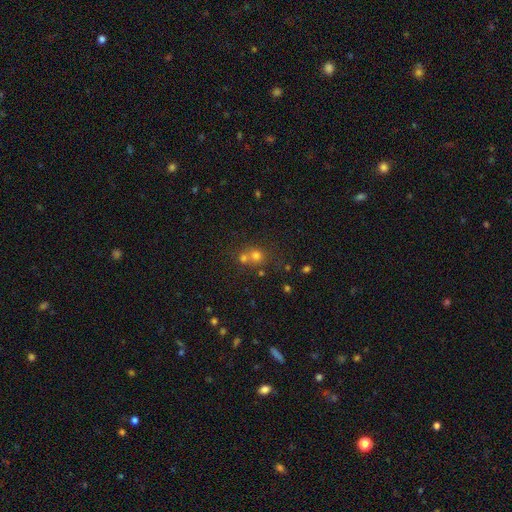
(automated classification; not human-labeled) Smooth or featured? smooth (68%)
How rounded? round (84%)
Merging? merger (48%)